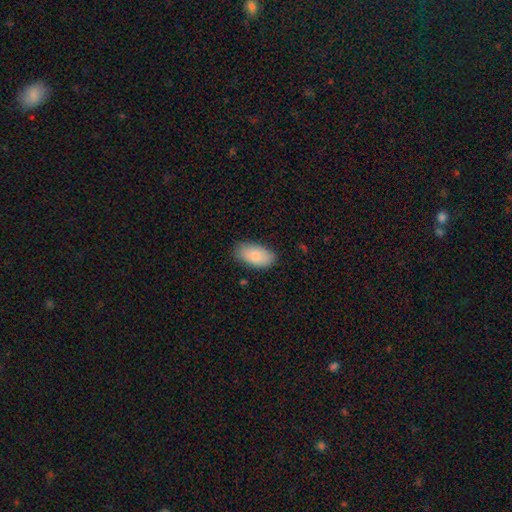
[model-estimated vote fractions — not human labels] This is clearly a smooth galaxy (85%). How rounded: clearly in between (95%). Merging: clearly none (82%).